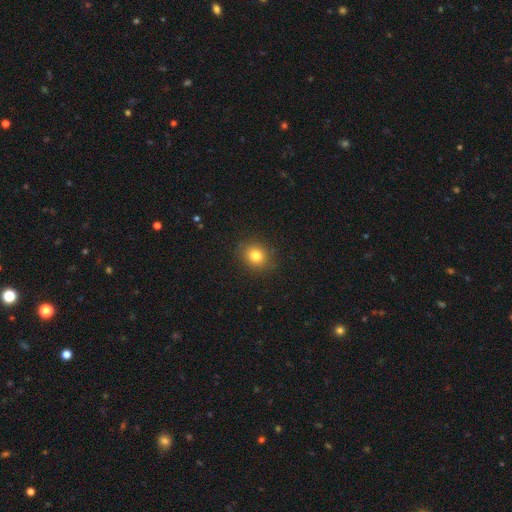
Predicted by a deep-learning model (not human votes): Morphology: type=smooth (80%); roundness=round (74%); merging=none (87%).